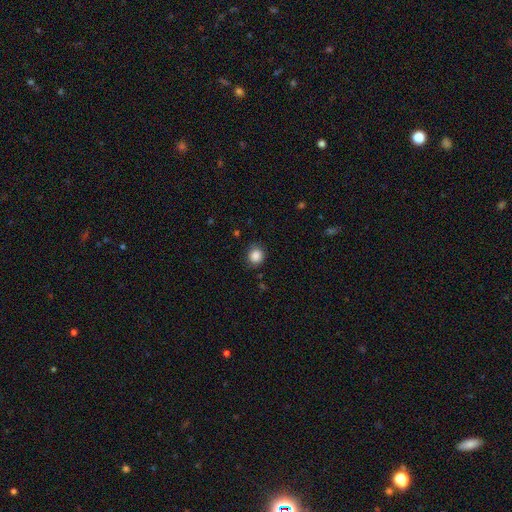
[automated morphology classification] The model was most divided on "how rounded": round: 84%, in between: 16%, cigar-shaped: 1%. More confident: smooth or featured — smooth (87%); merging — none (84%).